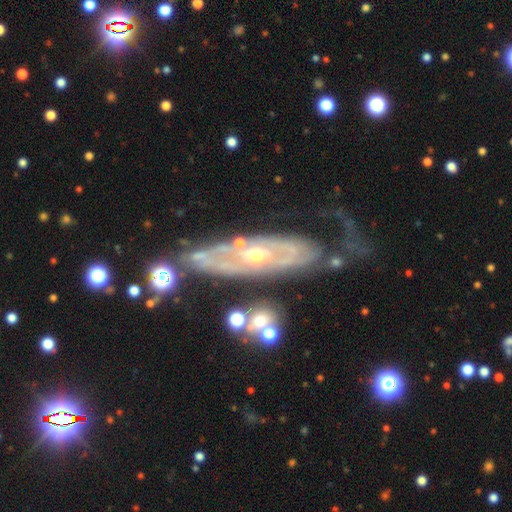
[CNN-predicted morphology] smooth-or-featured: featured or disk: 83% | smooth: 10% | star or artifact: 7%
  disk-edge-on: no: 81% | yes: 19%
    bar: no: 76% | weak: 17% | strong: 8%
    has-spiral-arms: yes: 75% | no: 25%
      spiral-winding: tight: 63% | medium: 26% | loose: 11%
      spiral-arm-count: can't tell: 50% | 2: 31% | 1: 7% | 3: 5% | 4: 3% | more than 4: 3%
    bulge-size: small: 56% | moderate: 39% | large: 2% | none: 1% | dominant: 1%
  merging: none: 53% | minor disturbance: 24% | major disturbance: 18% | merger: 5%